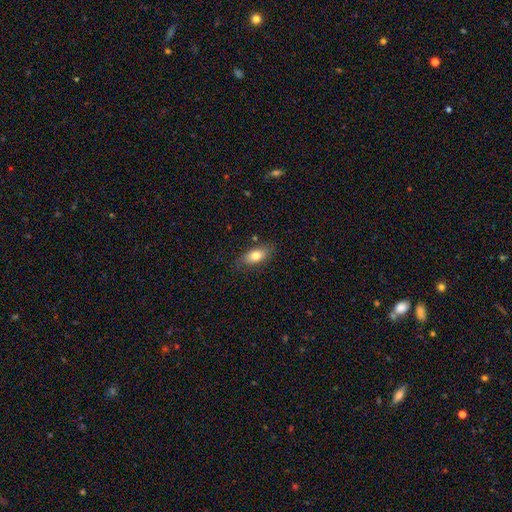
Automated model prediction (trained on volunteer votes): This is likely a smooth galaxy (77%). How rounded: clearly in between (85%). Merging: likely none (80%).